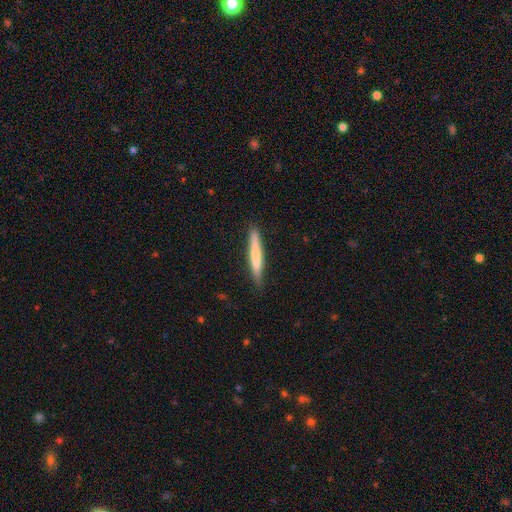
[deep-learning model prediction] This appears to be a smooth galaxy with no disk features (65%) that is cigar-shaped (95%). Merging: none (86%).